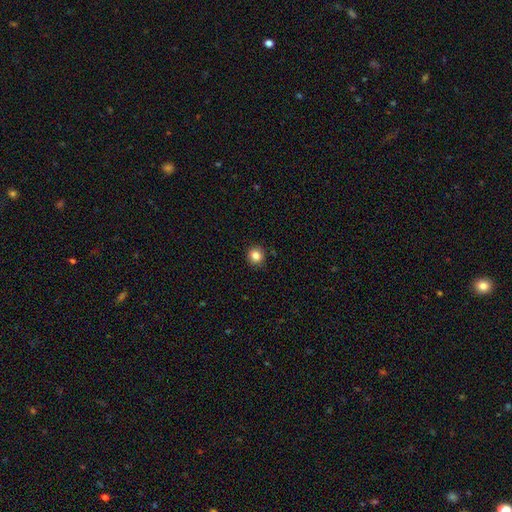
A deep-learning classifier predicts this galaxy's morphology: smooth 84%, star or artifact 11%, featured or disk 5%. Down the decision tree: how rounded — round (91%); merging — none (91%).